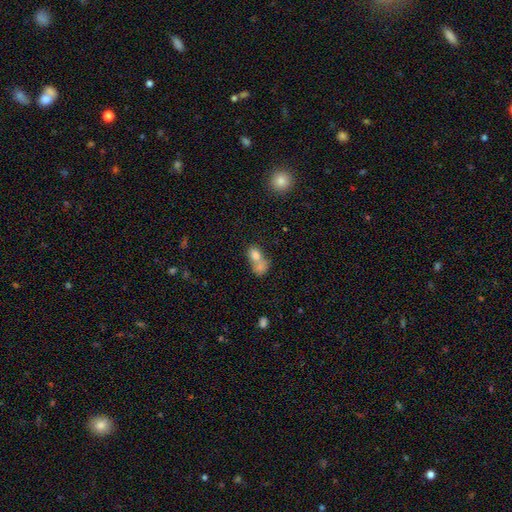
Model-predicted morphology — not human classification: Smooth or featured? Predicted: smooth (p=0.75). How rounded? Predicted: in between (p=0.59). Merging? Predicted: merger (p=0.69).